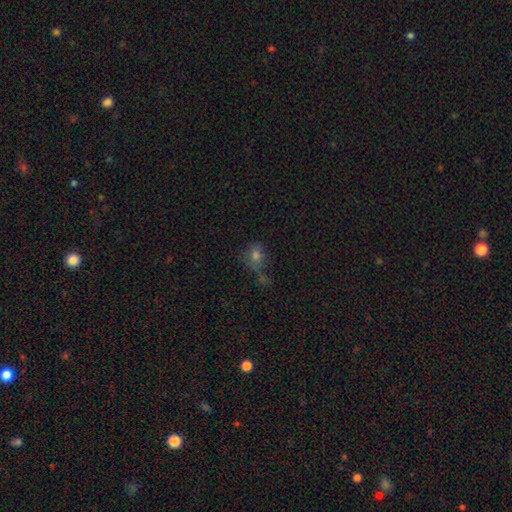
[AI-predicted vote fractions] Morphology: type=smooth (68%); roundness=round (68%); merging=none (46%).